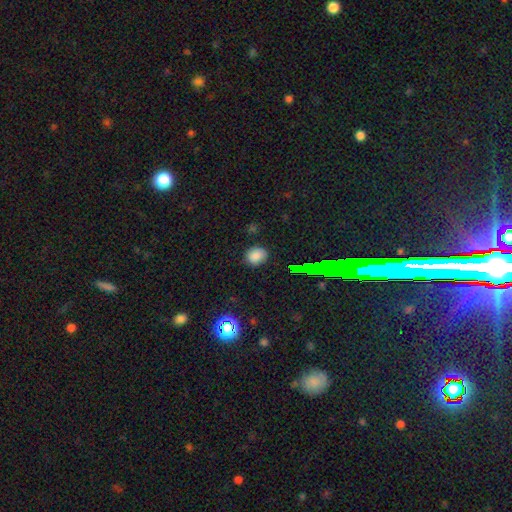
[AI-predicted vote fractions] This is likely a smooth galaxy (79%). How rounded: likely round (65%). Merging: clearly none (83%).